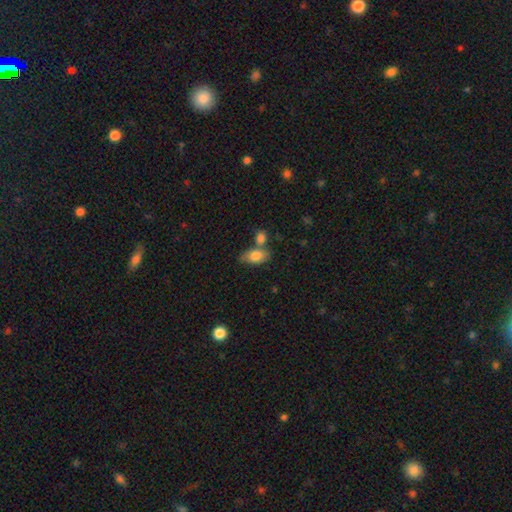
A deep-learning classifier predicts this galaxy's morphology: Smooth or featured?
  - smooth: 79% *
  - featured or disk: 14%
  - star or artifact: 7%
How rounded?
  - in between: 89% *
  - round: 8%
  - cigar-shaped: 3%
Merging?
  - none: 49% *
  - merger: 30%
  - minor disturbance: 16%
  - major disturbance: 5%